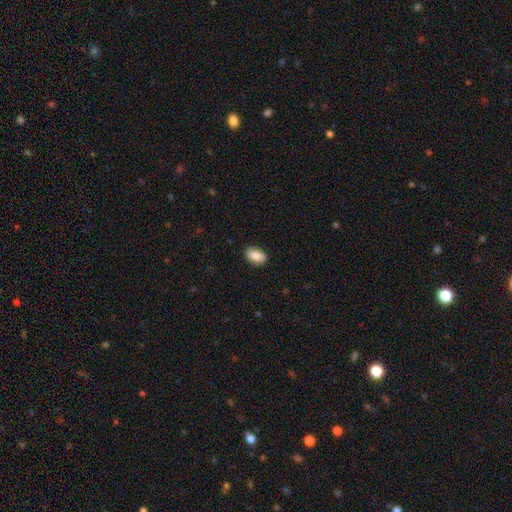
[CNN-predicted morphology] smooth 84%, featured or disk 9%, star or artifact 7%. Down the decision tree: how rounded — in between (89%); merging — none (87%).